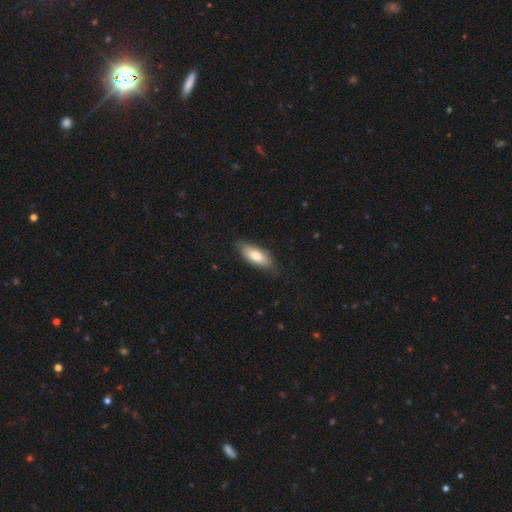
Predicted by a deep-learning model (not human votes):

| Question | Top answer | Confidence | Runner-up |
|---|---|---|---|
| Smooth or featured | smooth | 73% | featured or disk (21%) |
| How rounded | in between | 74% | cigar-shaped (24%) |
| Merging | none | 76% | minor disturbance (19%) |